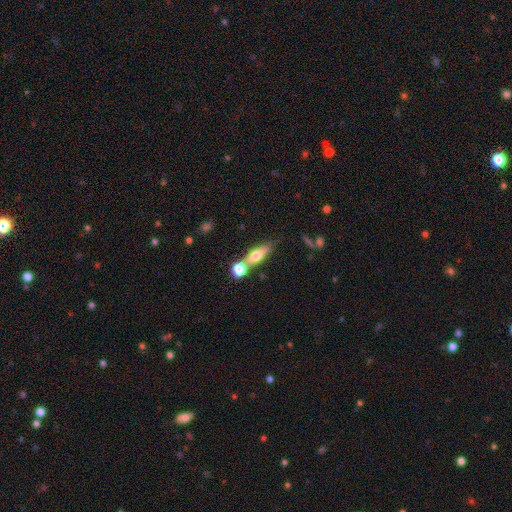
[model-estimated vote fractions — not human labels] This is possibly a smooth galaxy (55%). How rounded: possibly cigar-shaped (48%). Merging: possibly none (54%).